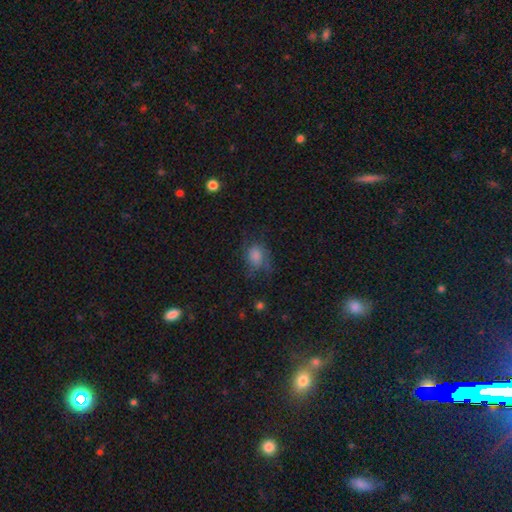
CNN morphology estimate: Overall: smooth (59%; featured or disk 25%). How rounded: in between (52%; round 46%). Merging: none (49%; minor disturbance 26%).